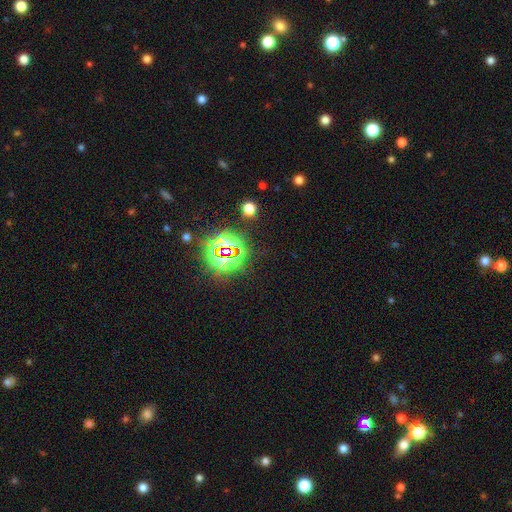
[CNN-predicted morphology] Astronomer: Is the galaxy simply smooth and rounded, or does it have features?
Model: star or artifact — 82%.